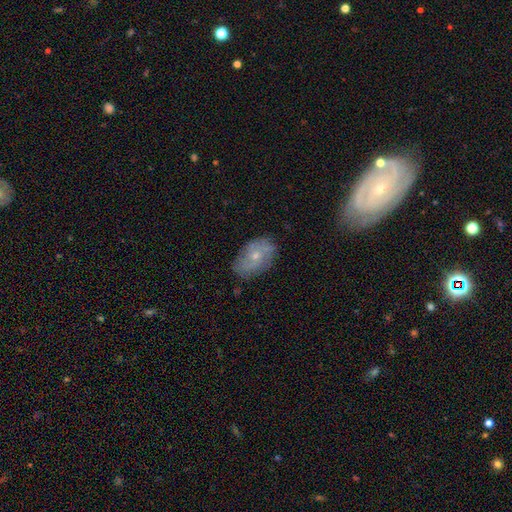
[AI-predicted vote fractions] smooth-or-featured: featured or disk: 53% | smooth: 39% | star or artifact: 8%
  disk-edge-on: no: 94% | yes: 6%
  merging: none: 74% | minor disturbance: 20% | major disturbance: 5% | merger: 2%